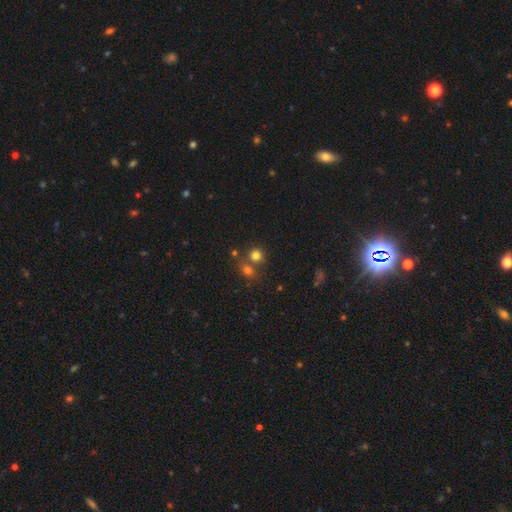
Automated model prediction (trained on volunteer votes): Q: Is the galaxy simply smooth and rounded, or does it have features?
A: smooth — 75%.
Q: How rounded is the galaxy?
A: round — 87%.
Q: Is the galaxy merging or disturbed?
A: none — 61%.